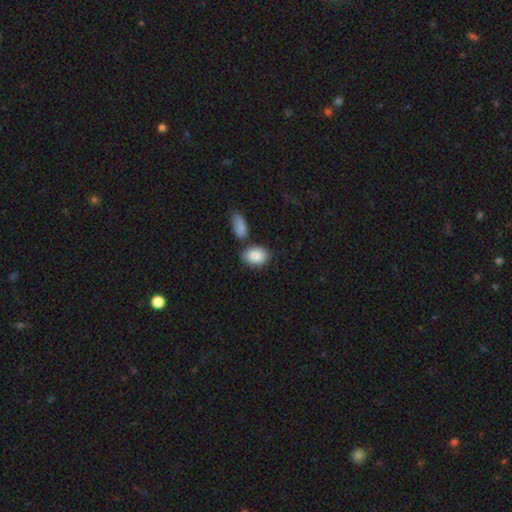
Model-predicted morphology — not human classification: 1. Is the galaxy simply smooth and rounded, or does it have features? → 85% smooth, 8% featured or disk, 7% star or artifact.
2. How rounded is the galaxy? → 80% in between, 18% round, 2% cigar-shaped.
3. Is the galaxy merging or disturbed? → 67% none, 16% merger, 13% minor disturbance, 4% major disturbance.